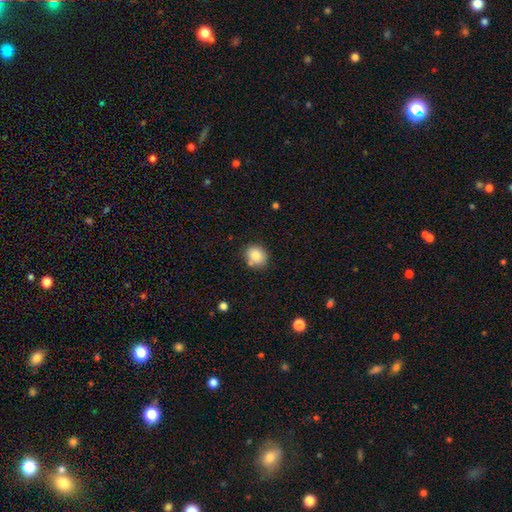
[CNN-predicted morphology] This appears to be a smooth galaxy with no disk features (84%) that is round (63%). Merging: none (76%).